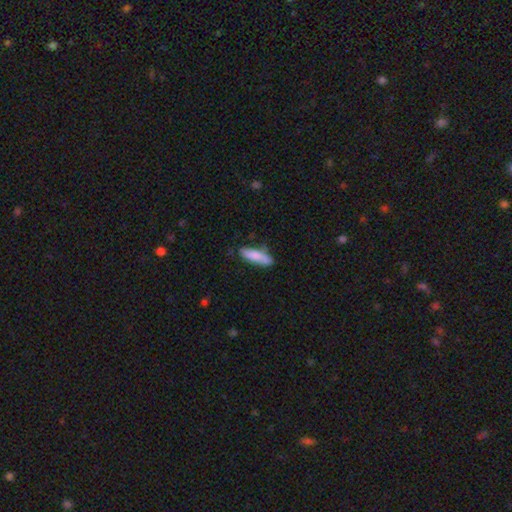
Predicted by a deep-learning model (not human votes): Overall: smooth (80%). How rounded: cigar-shaped (60%; in between 39%). Merging: none (72%).